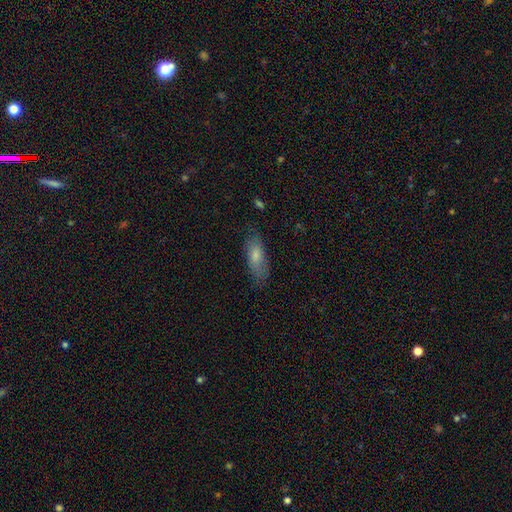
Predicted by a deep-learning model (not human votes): The model was most divided on "how rounded": in between: 68%, cigar-shaped: 30%, round: 2%. More confident: smooth or featured — smooth (74%); merging — none (74%).